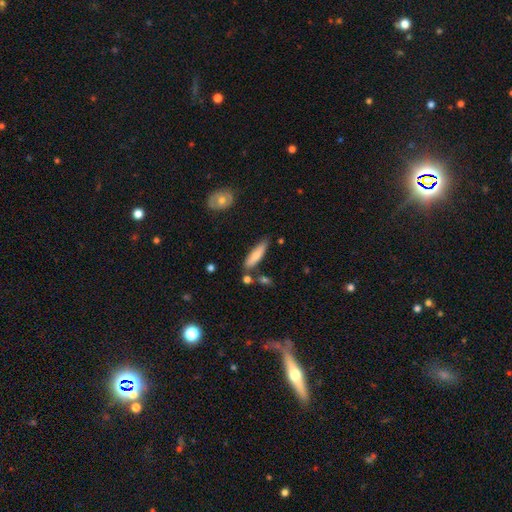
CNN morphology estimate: smooth_or_featured: smooth (p=0.74) [alt: featured or disk p=0.20]
how_rounded: cigar-shaped (p=0.70) [alt: in between p=0.28]
merging: none (p=0.70) [alt: minor disturbance p=0.18]